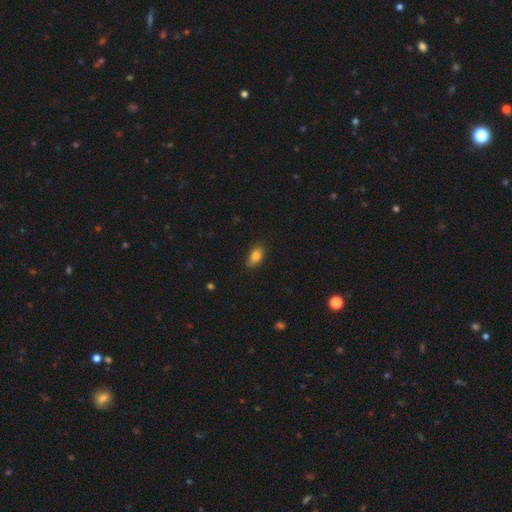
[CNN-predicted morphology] Smooth or featured? Predicted: smooth (p=0.85). How rounded? Predicted: in between (p=0.87). Merging? Predicted: none (p=0.75).